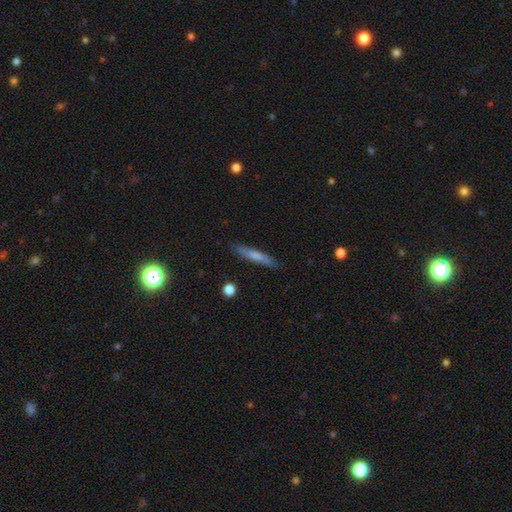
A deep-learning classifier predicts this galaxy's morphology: smooth_or_featured: smooth (p=0.65) [alt: featured or disk p=0.29]
how_rounded: cigar-shaped (p=0.92) [alt: in between p=0.06]
merging: none (p=0.86) [alt: minor disturbance p=0.11]